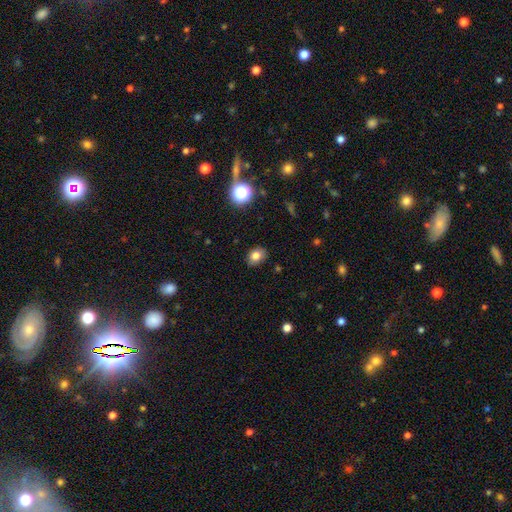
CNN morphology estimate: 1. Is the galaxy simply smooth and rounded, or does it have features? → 79% smooth, 12% star or artifact, 9% featured or disk.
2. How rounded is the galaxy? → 64% in between, 35% round, 1% cigar-shaped.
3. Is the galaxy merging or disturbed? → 84% none, 12% minor disturbance, 2% major disturbance, 1% merger.